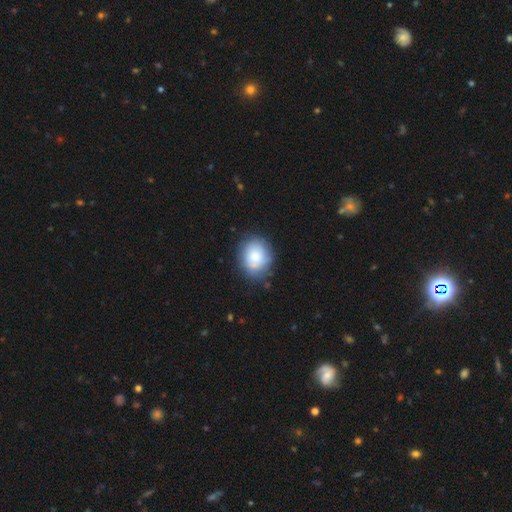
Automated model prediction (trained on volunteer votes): Overall: smooth (75%). How rounded: round (60%; in between 40%). Merging: none (71%).